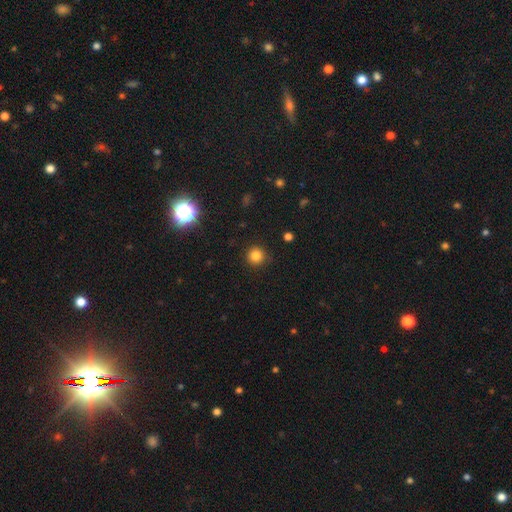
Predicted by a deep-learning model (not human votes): Smooth or featured?
  - smooth: 82% *
  - star or artifact: 13%
  - featured or disk: 5%
How rounded?
  - round: 95% *
  - in between: 4%
  - cigar-shaped: 1%
Merging?
  - none: 90% *
  - minor disturbance: 6%
  - major disturbance: 2%
  - merger: 1%